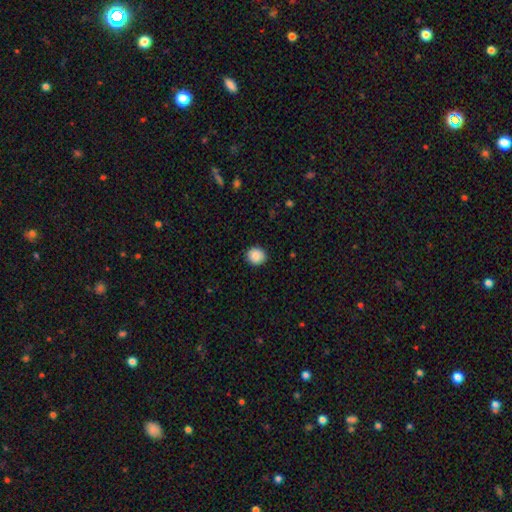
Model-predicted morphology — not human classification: A smooth galaxy with no disk features (89%) that is round (90%).

Vote fractions:
- Smooth or featured? smooth: 89% / star or artifact: 8% / featured or disk: 3%
- How rounded? round: 90% / in between: 9% / cigar-shaped: 1%
- Merging? none: 91% / minor disturbance: 6% / major disturbance: 2% / merger: 1%